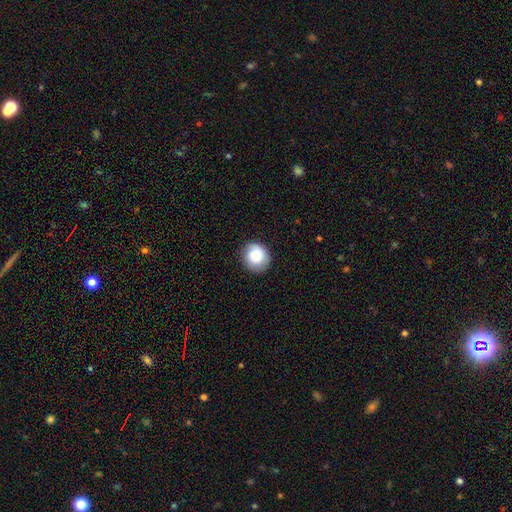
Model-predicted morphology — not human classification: Smooth or featured? Predicted: smooth (p=0.82). How rounded? Predicted: round (p=0.84). Merging? Predicted: none (p=0.83).